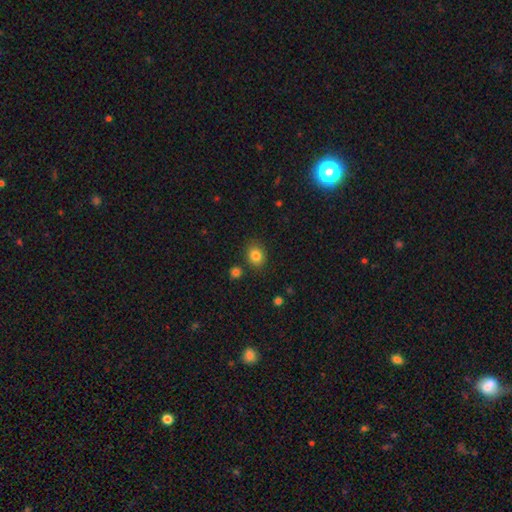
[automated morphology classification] Smooth or featured? smooth (83%)
How rounded? round (59%)
Merging? none (82%)